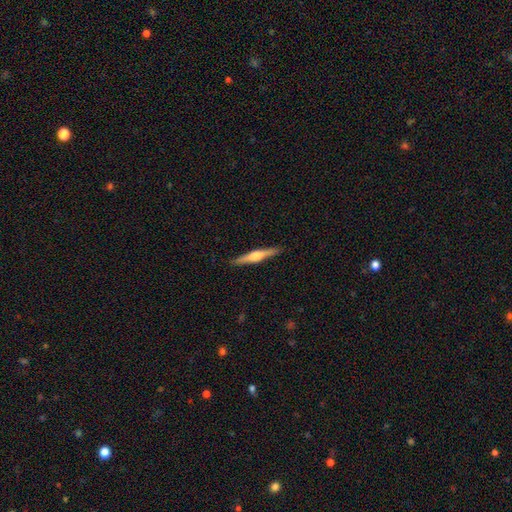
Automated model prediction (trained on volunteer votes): A featured or disk galaxy (68%) viewed edge-on (98%) with a rounded central bulge (88%).

Vote fractions:
- Smooth or featured? featured or disk: 68% / smooth: 26% / star or artifact: 6%
- Edge-on disk? yes: 98% / no: 2%
- Edge-on bulge? rounded: 88% / boxy: 8% / none: 4%
- Merging? none: 91% / minor disturbance: 7% / major disturbance: 1% / merger: 1%